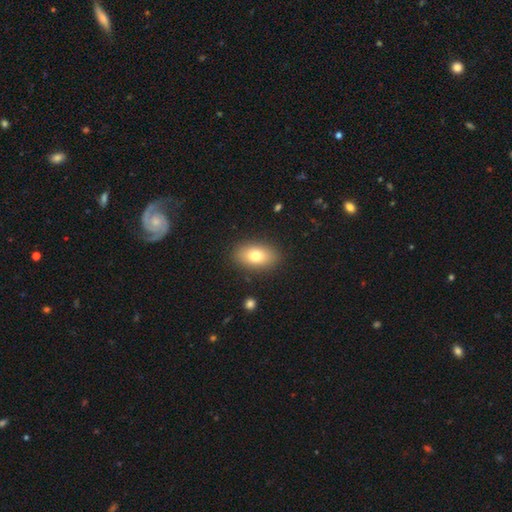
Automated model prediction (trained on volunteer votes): smooth 77%, featured or disk 15%, star or artifact 9%. Down the decision tree: how rounded — in between (88%); merging — none (88%).